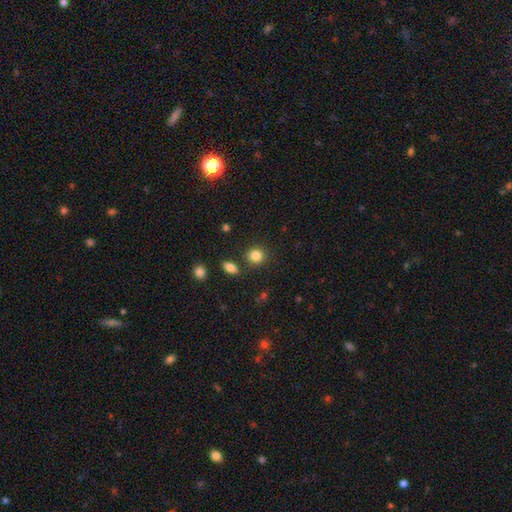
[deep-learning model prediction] Overall: smooth (85%). How rounded: round (84%). Merging: none (83%).